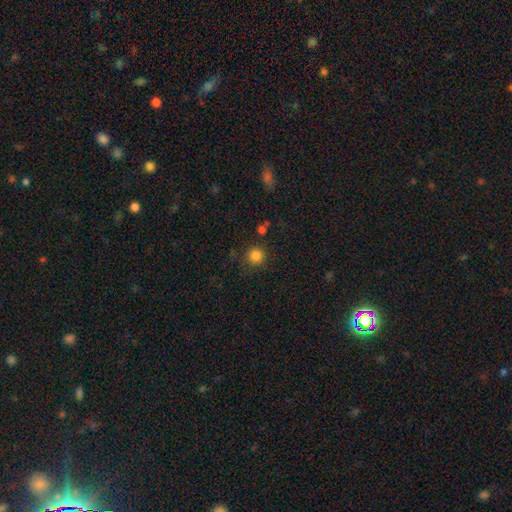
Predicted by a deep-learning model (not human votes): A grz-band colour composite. It shows a smooth galaxy with no disk features (84%) that is round (94%). Merging: none (84%).